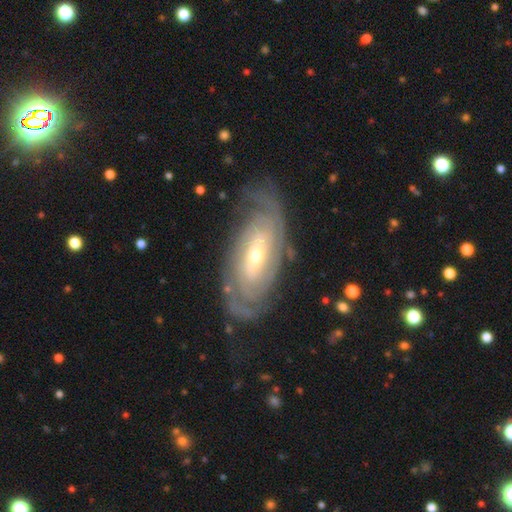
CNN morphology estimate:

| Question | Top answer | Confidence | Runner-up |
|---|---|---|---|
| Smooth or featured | featured or disk | 85% | smooth (10%) |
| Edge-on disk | no | 92% | yes (8%) |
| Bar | no | 45% | weak (34%) |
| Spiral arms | yes | 93% | no (7%) |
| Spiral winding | tight | 73% | medium (21%) |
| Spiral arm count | can't tell | 37% | 2 (36%) |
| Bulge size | small | 57% | moderate (38%) |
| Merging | none | 77% | minor disturbance (15%) |